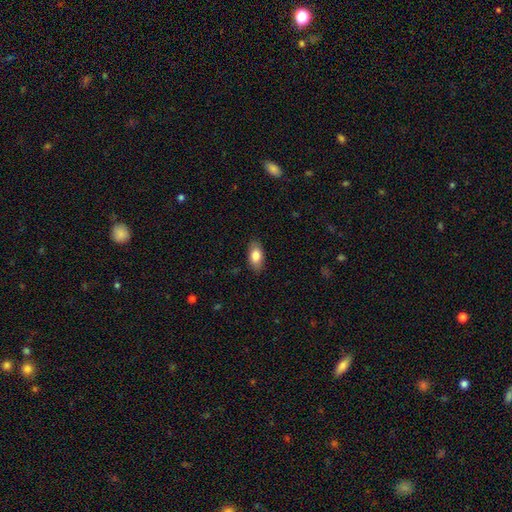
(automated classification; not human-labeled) smooth 82%, featured or disk 11%, star or artifact 7%. Down the decision tree: how rounded — in between (91%); merging — none (86%).